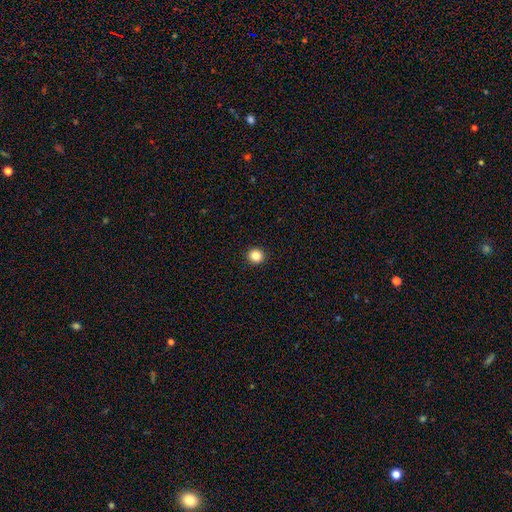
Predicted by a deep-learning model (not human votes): Morphology: type=smooth (84%); roundness=round (94%); merging=none (94%).